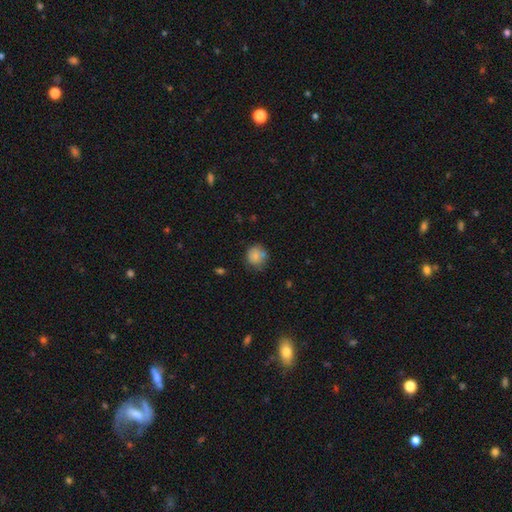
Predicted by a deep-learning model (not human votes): A smooth galaxy with no disk features (79%) that is round (85%). Merging: none (68%).